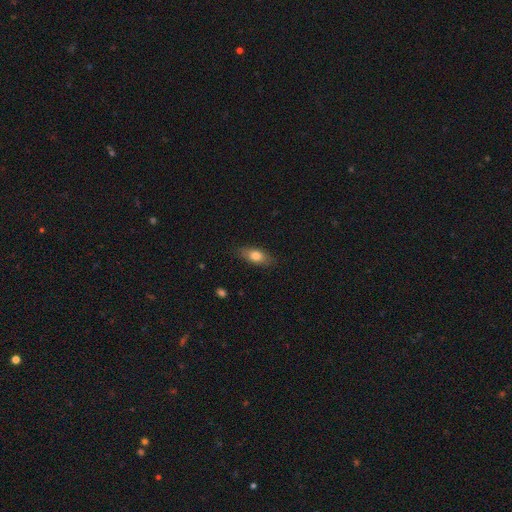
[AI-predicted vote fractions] Overall: smooth (76%). How rounded: in between (80%). Merging: none (82%).